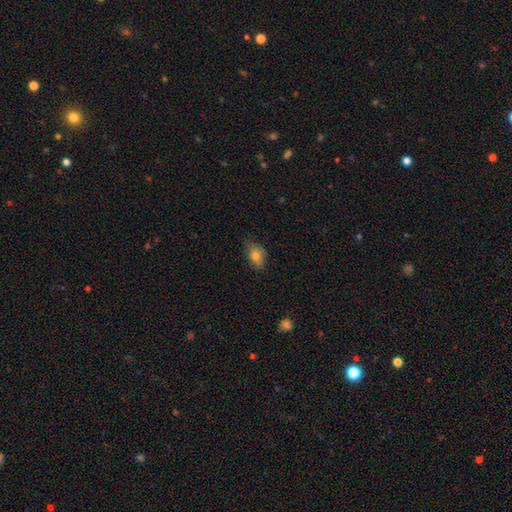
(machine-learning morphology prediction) The model was most divided on "merging": none: 58%, minor disturbance: 32%, major disturbance: 8%, merger: 1%. More confident: how rounded — in between (85%); smooth or featured — smooth (77%).